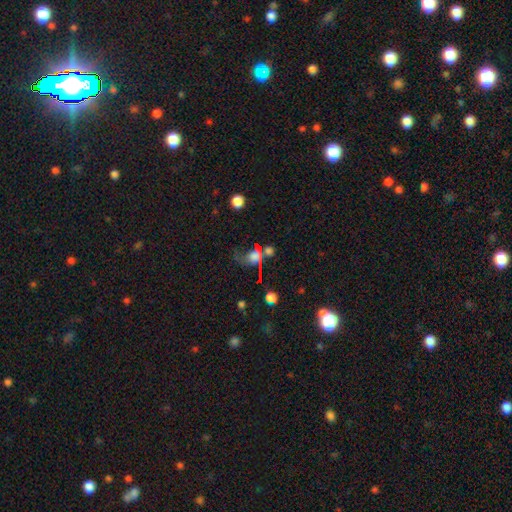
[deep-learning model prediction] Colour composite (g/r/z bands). It shows a smooth galaxy with no disk features (46%). Merging: none (33%).